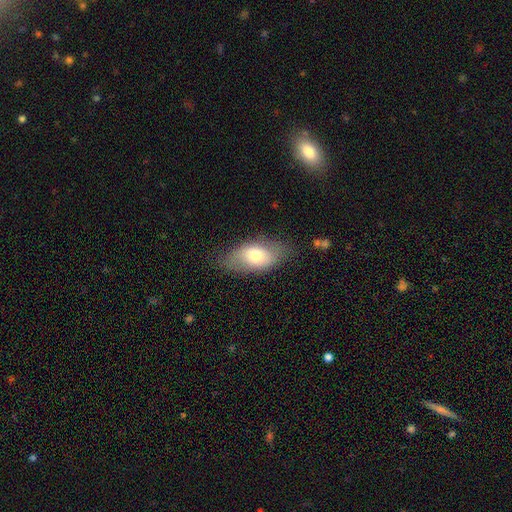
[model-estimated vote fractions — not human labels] Smooth or featured? smooth (69%)
How rounded? in between (89%)
Merging? none (70%)